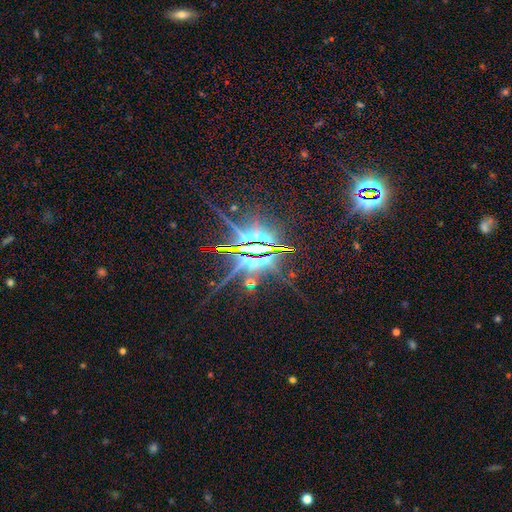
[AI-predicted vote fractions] This appears to be a star or artifact, not a galaxy (81%).